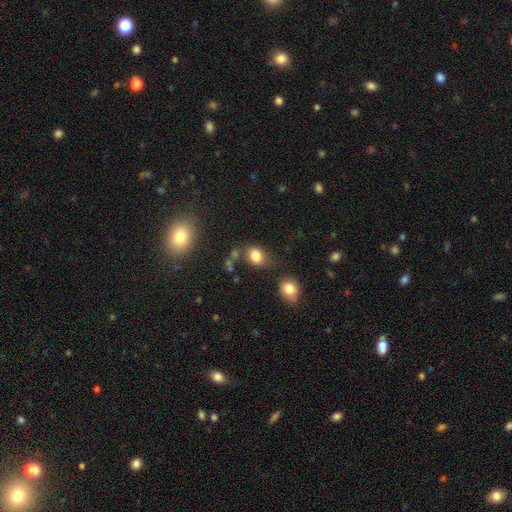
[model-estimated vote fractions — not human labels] This is clearly a smooth galaxy (82%). How rounded: possibly in between (54%). Merging: likely none (63%).